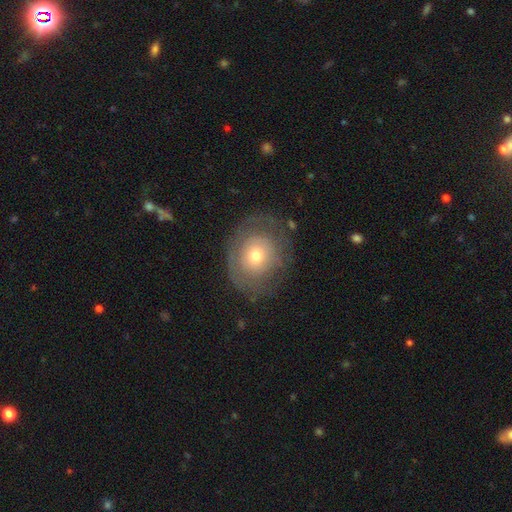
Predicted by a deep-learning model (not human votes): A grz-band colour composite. It shows a smooth galaxy with no disk features (50%). Merging: none (67%).